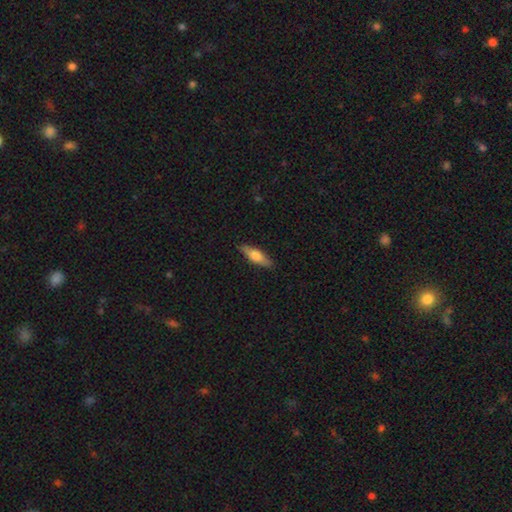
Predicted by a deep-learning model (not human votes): smooth 61%, featured or disk 33%, star or artifact 6%. Down the decision tree: how rounded — cigar-shaped (56%); merging — none (88%).